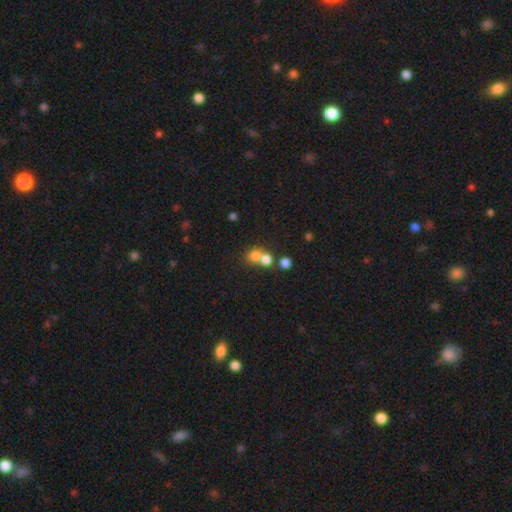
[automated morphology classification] This appears to be a smooth galaxy with no disk features (73%) that is round (74%). Merging: merger (52%).